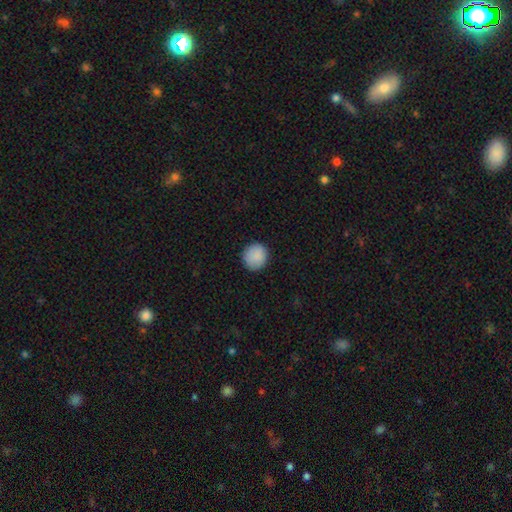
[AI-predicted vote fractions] Q: Smooth or featured?
A: smooth (89%); runner-up: star or artifact (7%)
Q: How rounded?
A: round (90%); runner-up: in between (9%)
Q: Merging?
A: none (89%); runner-up: minor disturbance (8%)